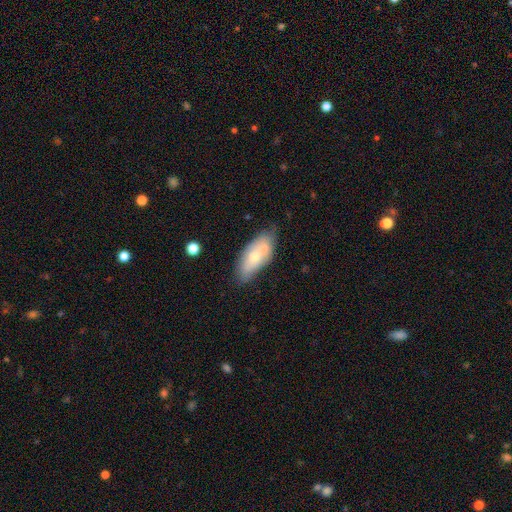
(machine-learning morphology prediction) A smooth galaxy with no disk features (58%) that is in between round and cigar-shaped (85%). Merging: none (59%).